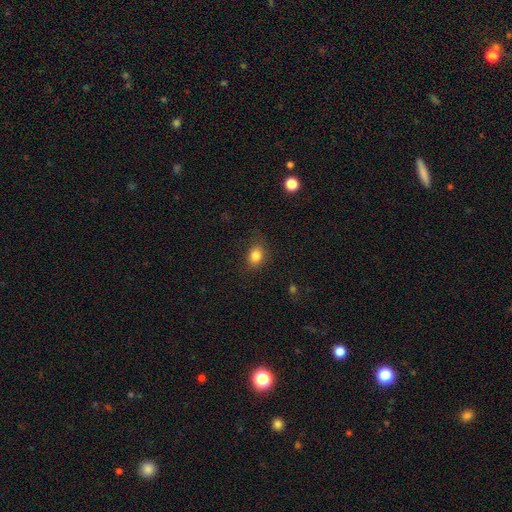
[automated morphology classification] A smooth galaxy with no disk features (84%) that is in between round and cigar-shaped (61%).

Vote fractions:
- Smooth or featured? smooth: 84% / star or artifact: 10% / featured or disk: 6%
- How rounded? in between: 61% / round: 38% / cigar-shaped: 1%
- Merging? none: 82% / minor disturbance: 13% / major disturbance: 4% / merger: 1%